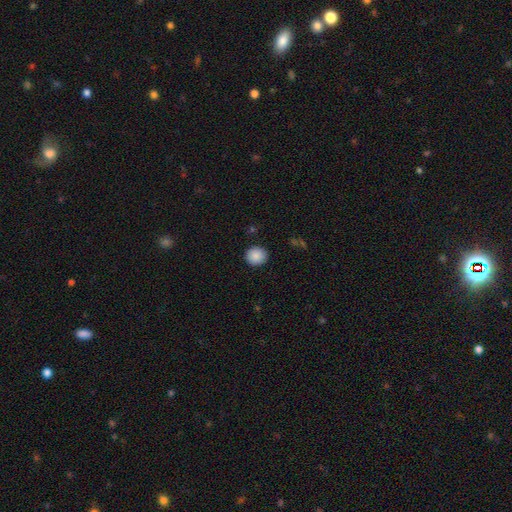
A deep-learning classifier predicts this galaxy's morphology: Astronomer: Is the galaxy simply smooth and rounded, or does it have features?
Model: smooth — 89%.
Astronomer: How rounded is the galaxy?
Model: round — 87%.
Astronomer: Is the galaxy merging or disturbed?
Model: none — 91%.